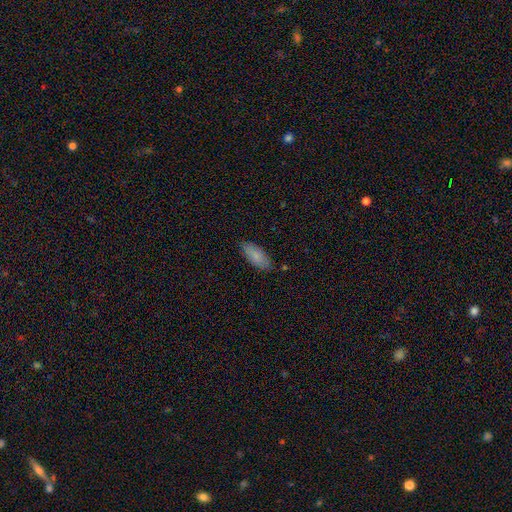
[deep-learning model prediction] Smooth or featured: smooth — 84% (featured or disk — 9%)
How rounded: in between — 80% (cigar-shaped — 18%)
Merging: none — 84% (minor disturbance — 12%)